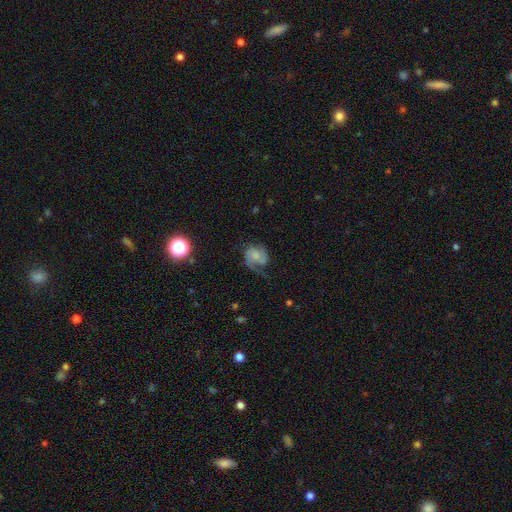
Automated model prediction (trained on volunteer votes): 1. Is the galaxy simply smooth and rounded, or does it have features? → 69% featured or disk, 22% smooth, 8% star or artifact.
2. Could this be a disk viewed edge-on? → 98% no, 2% yes.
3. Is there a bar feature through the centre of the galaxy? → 64% no, 30% weak, 6% strong.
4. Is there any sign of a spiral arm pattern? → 92% yes, 8% no.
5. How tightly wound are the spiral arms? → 45% medium, 29% loose, 26% tight.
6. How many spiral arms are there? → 58% 2, 31% 1, 7% can't tell, 2% 3, 1% 4, 1% more than 4.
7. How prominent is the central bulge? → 30% none, 29% small, 27% moderate, 11% large, 3% dominant.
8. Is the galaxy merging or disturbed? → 44% none, 30% major disturbance, 24% minor disturbance, 2% merger.